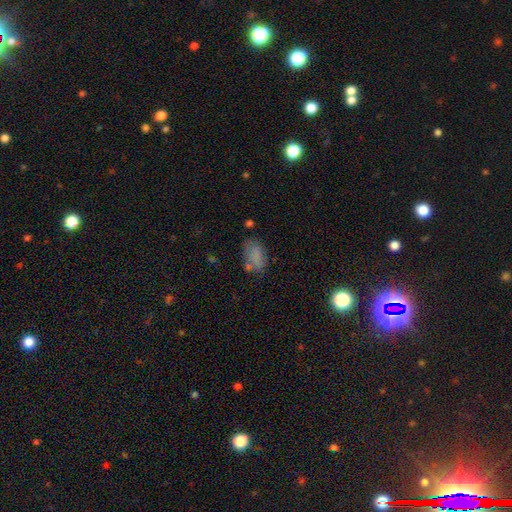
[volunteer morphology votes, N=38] smooth_or_featured: smooth (p=0.87) [alt: star or artifact p=0.08]
how_rounded: in between (p=0.82) [alt: round p=0.12]
merging: none (p=0.80) [alt: major disturbance p=0.09]